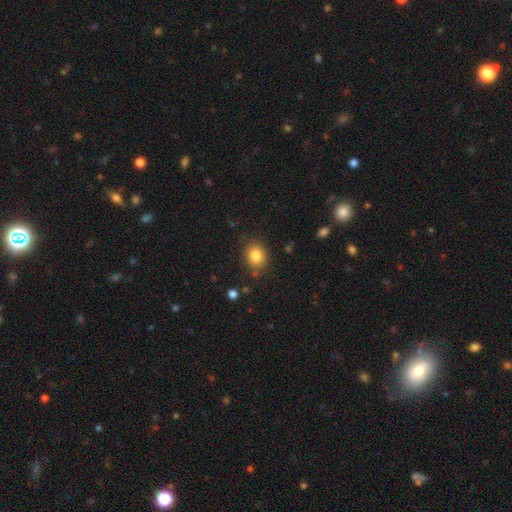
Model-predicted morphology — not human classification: Overall: smooth (84%). How rounded: round (59%; in between 40%). Merging: none (82%).